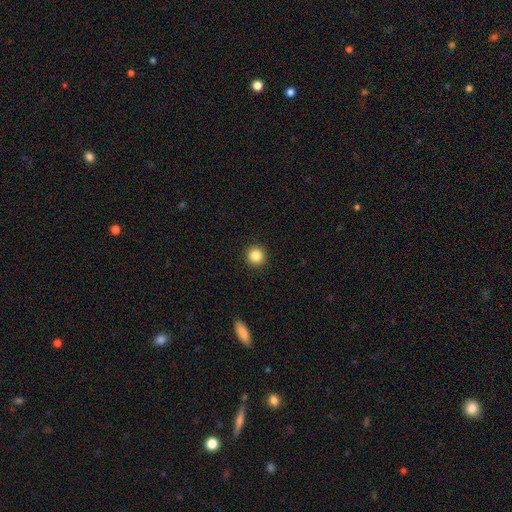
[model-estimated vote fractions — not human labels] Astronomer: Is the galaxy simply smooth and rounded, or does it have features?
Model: smooth — 86%.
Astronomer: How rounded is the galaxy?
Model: round — 95%.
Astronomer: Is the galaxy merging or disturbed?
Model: none — 93%.